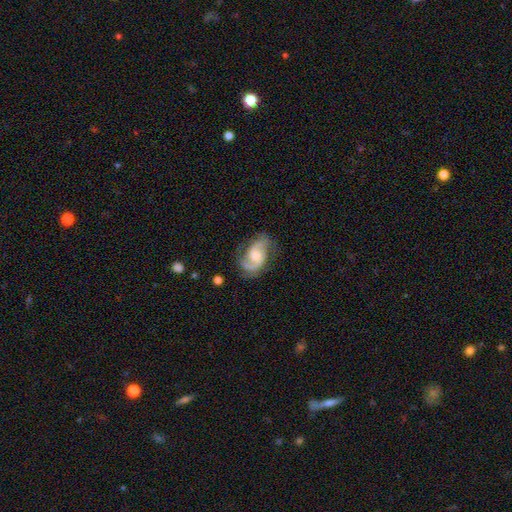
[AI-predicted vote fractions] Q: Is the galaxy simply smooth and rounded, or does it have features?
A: featured or disk — 86%.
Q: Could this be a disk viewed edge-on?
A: no — 97%.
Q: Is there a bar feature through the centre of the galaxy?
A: no — 53%.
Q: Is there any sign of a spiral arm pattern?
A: yes — 97%.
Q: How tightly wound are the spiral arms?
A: medium — 53%.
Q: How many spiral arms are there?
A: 2 — 90%.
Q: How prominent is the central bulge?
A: moderate — 55%.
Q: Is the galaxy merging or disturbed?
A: none — 70%.